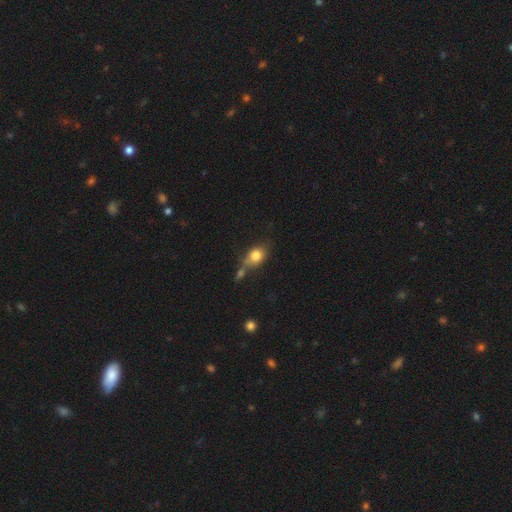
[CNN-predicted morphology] A smooth galaxy with no disk features (78%) that is in between round and cigar-shaped (53%).

Vote fractions:
- Smooth or featured? smooth: 78% / featured or disk: 12% / star or artifact: 10%
- How rounded? in between: 53% / round: 44% / cigar-shaped: 3%
- Merging? none: 43% / merger: 33% / minor disturbance: 16% / major disturbance: 7%